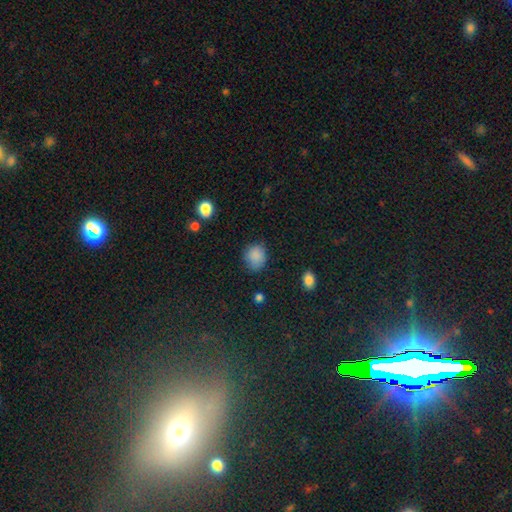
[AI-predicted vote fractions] The model was most divided on "how rounded": round: 70%, in between: 29%, cigar-shaped: 1%. More confident: smooth or featured — smooth (86%); merging — none (73%).